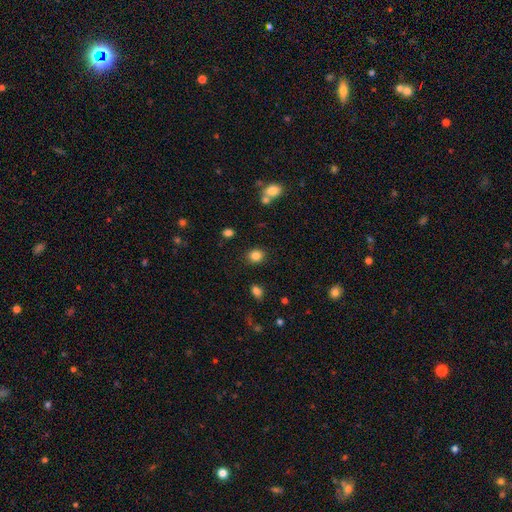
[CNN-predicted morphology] The model was most divided on "how rounded": round: 71%, in between: 28%, cigar-shaped: 1%. More confident: merging — none (87%); smooth or featured — smooth (84%).